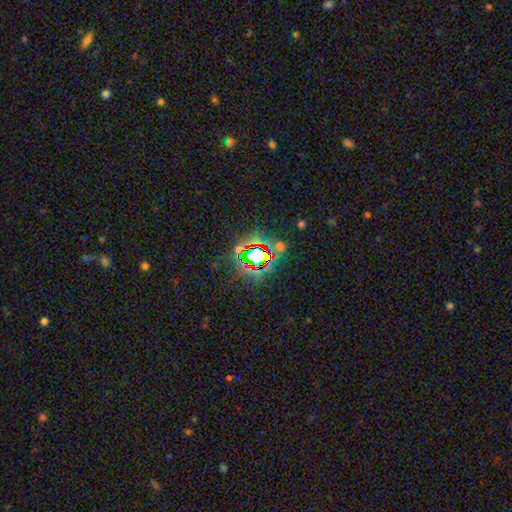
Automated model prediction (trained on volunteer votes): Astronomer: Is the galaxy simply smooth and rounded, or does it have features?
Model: star or artifact — 74%.